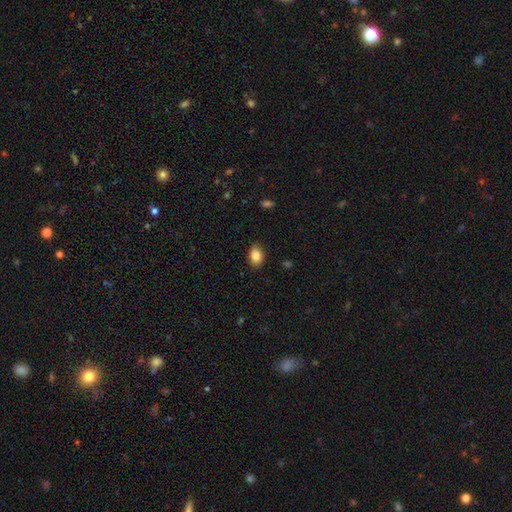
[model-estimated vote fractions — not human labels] Smooth or featured?
  - smooth: 86% *
  - star or artifact: 8%
  - featured or disk: 6%
How rounded?
  - in between: 77% *
  - round: 21%
  - cigar-shaped: 1%
Merging?
  - none: 86% *
  - minor disturbance: 11%
  - major disturbance: 2%
  - merger: 1%